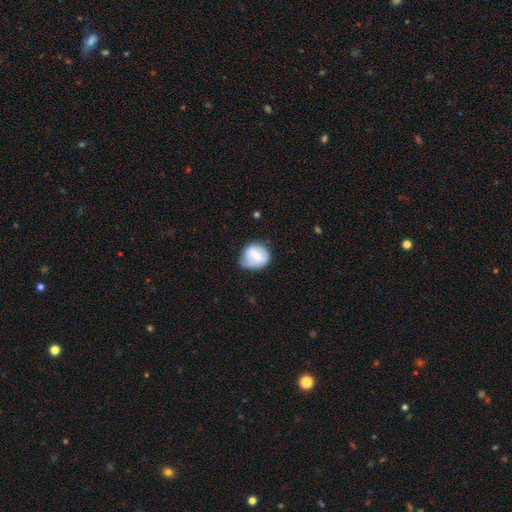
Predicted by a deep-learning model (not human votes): A smooth galaxy with no disk features (48%). Merging: none (52%).